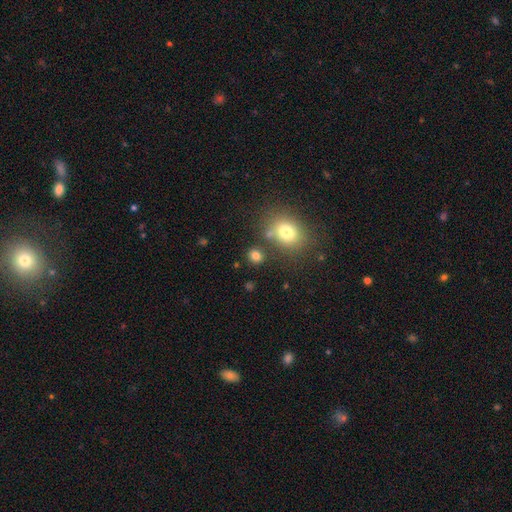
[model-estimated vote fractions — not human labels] Smooth or featured? Predicted: smooth (p=0.80). How rounded? Predicted: round (p=0.75). Merging? Predicted: none (p=0.79).